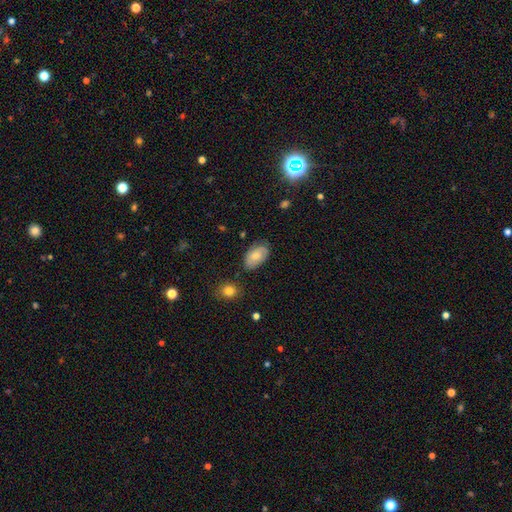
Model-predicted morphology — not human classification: Smooth or featured? Predicted: smooth (p=0.65). How rounded? Predicted: in between (p=0.92). Merging? Predicted: none (p=0.72).